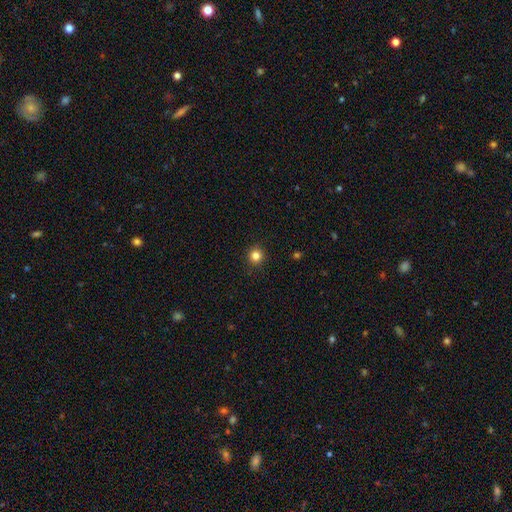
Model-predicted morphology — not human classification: smooth_or_featured: smooth (p=0.83) [alt: star or artifact p=0.12]
how_rounded: round (p=0.95) [alt: in between p=0.04]
merging: none (p=0.92) [alt: minor disturbance p=0.05]